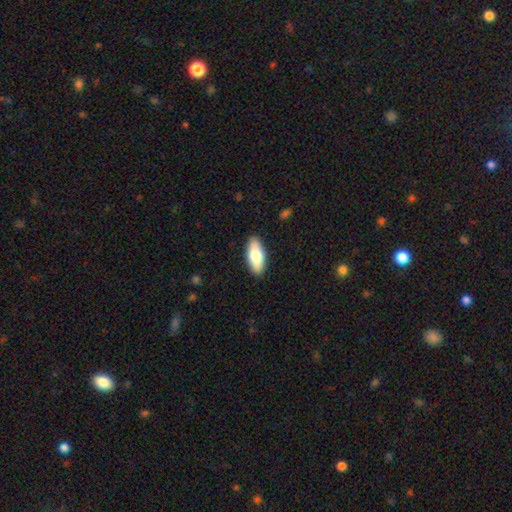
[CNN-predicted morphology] This is likely a smooth galaxy (74%). How rounded: clearly in between (82%). Merging: clearly none (90%).